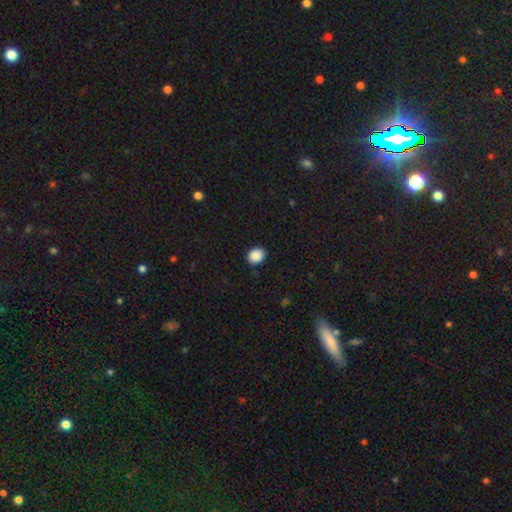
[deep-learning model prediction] A smooth galaxy with no disk features (89%) that is round (59%). Merging: none (90%).